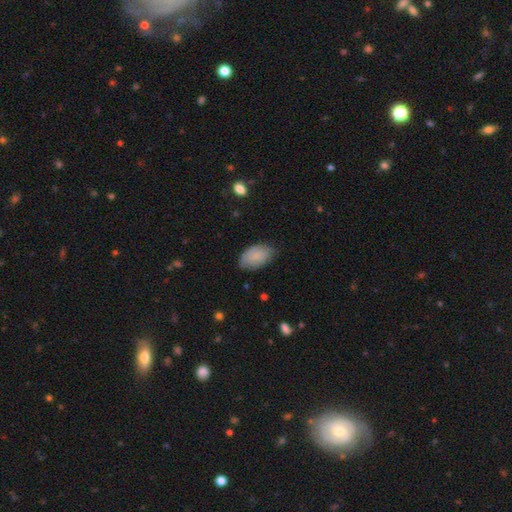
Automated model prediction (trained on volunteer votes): Overall: smooth (83%). How rounded: in between (94%). Merging: none (75%).